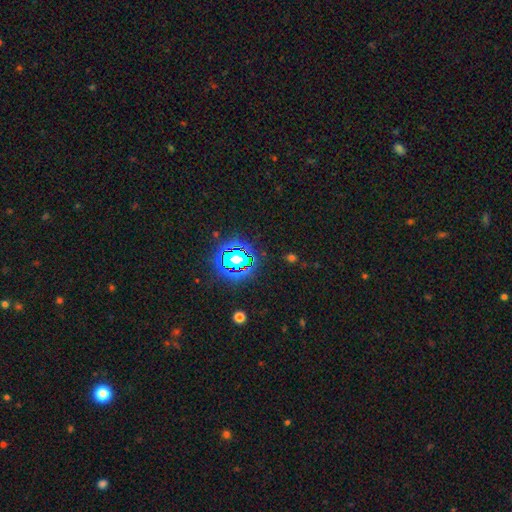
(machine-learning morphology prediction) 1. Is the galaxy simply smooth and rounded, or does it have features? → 81% star or artifact, 12% smooth, 7% featured or disk.